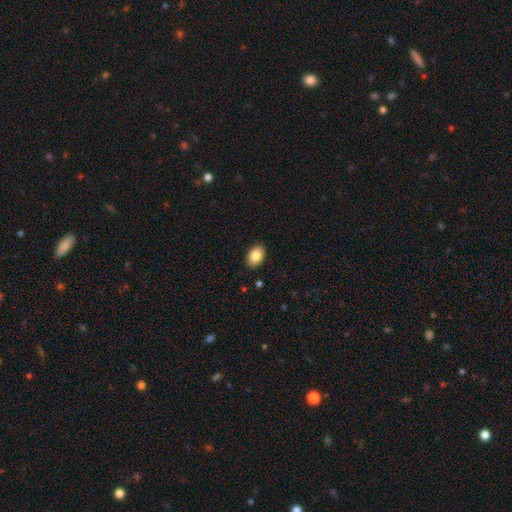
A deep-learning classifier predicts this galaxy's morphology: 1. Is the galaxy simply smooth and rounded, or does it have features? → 84% smooth, 8% featured or disk, 7% star or artifact.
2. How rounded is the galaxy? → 84% in between, 15% round, 1% cigar-shaped.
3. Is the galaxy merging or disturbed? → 89% none, 8% minor disturbance, 2% major disturbance, 1% merger.